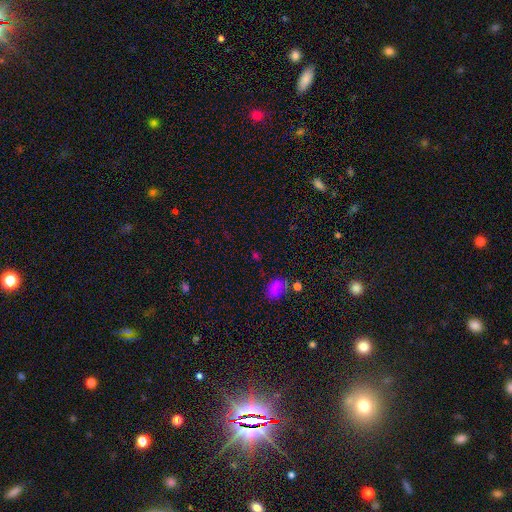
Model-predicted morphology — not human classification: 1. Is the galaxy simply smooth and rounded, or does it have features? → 57% smooth, 35% star or artifact, 8% featured or disk.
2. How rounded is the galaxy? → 60% in between, 36% round, 4% cigar-shaped.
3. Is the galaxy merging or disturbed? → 65% none, 17% minor disturbance, 9% merger, 8% major disturbance.